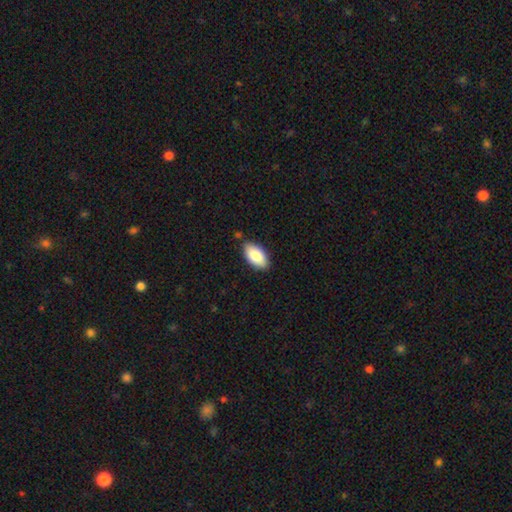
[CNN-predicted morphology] Smooth or featured? Predicted: smooth (p=0.85). How rounded? Predicted: in between (p=0.95). Merging? Predicted: none (p=0.82).